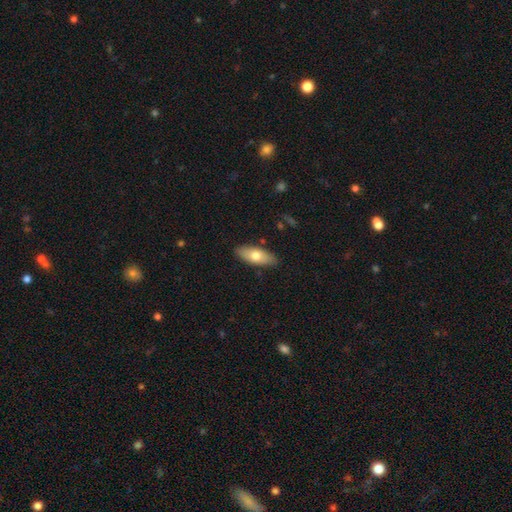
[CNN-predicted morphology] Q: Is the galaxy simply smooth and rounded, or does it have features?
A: smooth — 68%.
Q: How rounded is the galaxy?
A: in between — 76%.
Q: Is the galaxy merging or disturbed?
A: none — 87%.